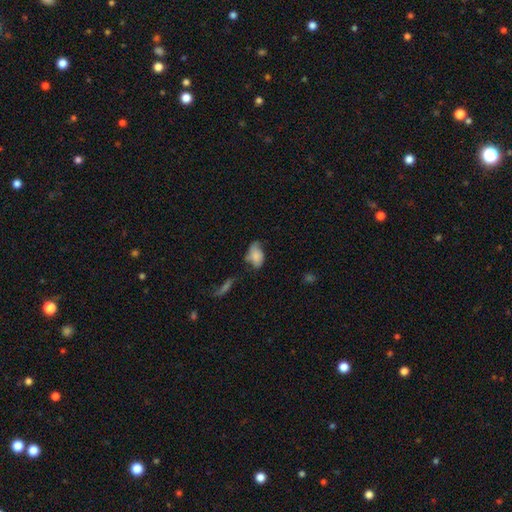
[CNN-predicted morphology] Smooth or featured? smooth (72%)
How rounded? in between (89%)
Merging? none (39%)